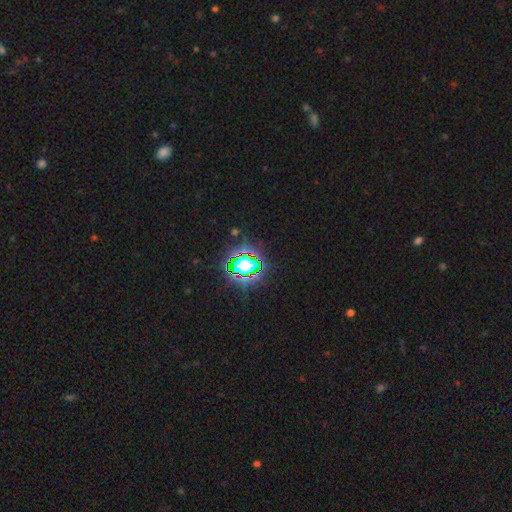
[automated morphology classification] This appears to be a star or artifact, not a galaxy (80%).